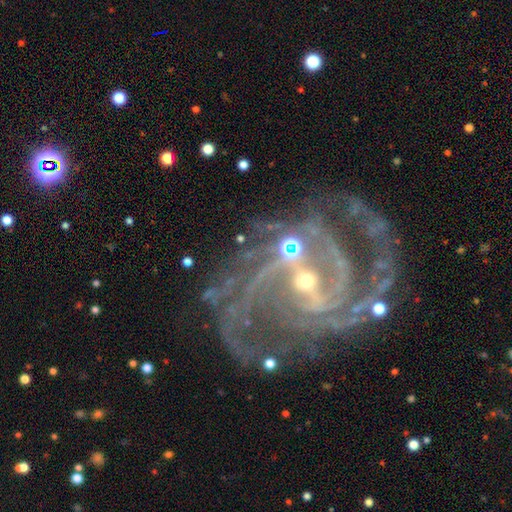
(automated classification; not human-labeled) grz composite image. It shows a featured or disk galaxy (92%) with a strong bar (44%), 2 (37%) medium (48%) spiral arms (98%) and a small central bulge (70%). Merging: none (60%).